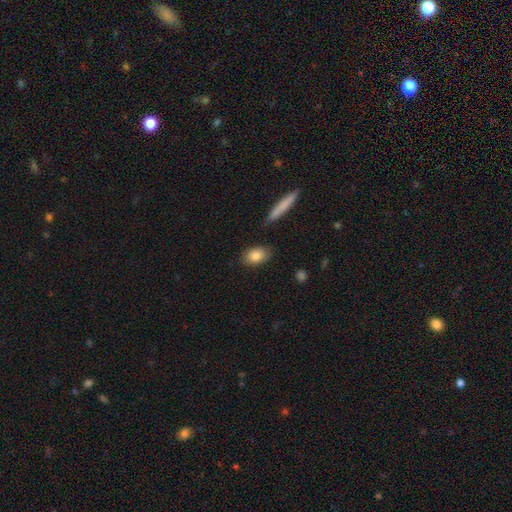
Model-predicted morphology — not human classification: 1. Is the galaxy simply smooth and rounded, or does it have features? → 85% smooth, 8% featured or disk, 7% star or artifact.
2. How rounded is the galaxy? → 84% in between, 13% round, 3% cigar-shaped.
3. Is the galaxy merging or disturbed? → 84% none, 11% minor disturbance, 3% merger, 3% major disturbance.